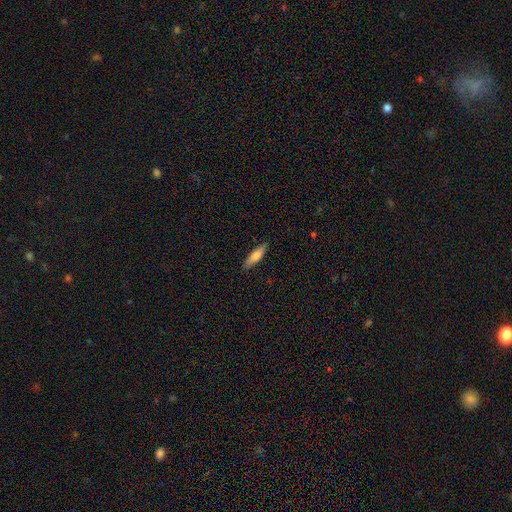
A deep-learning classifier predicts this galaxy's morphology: Overall: smooth (67%; featured or disk 27%). How rounded: cigar-shaped (73%). Merging: none (88%).